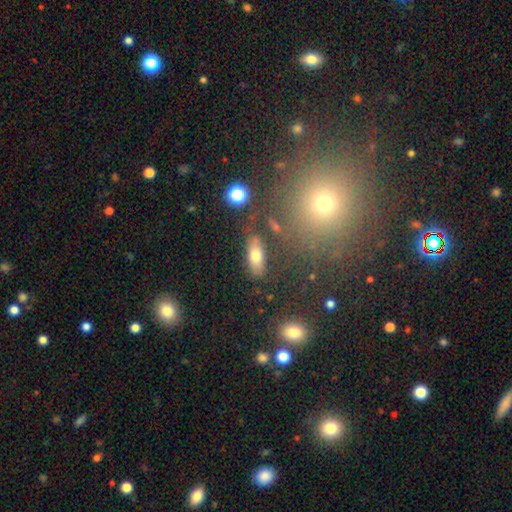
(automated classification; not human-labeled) smooth-or-featured: smooth: 72% | featured or disk: 17% | star or artifact: 10%
  how-rounded: in between: 77% | cigar-shaped: 18% | round: 5%
  merging: none: 78% | minor disturbance: 13% | merger: 5% | major disturbance: 4%